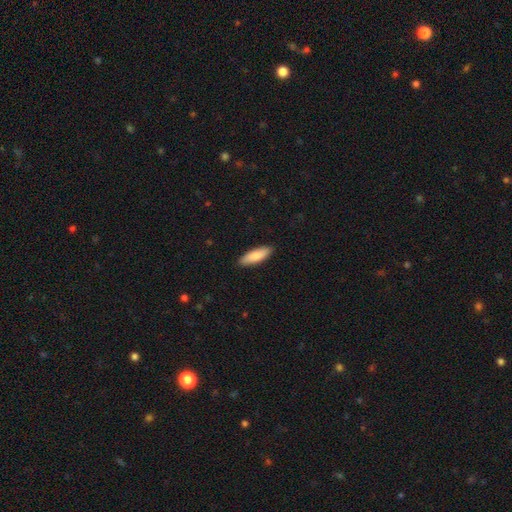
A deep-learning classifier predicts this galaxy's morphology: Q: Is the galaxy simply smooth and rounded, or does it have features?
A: smooth — 85%.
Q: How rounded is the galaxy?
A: in between — 56%.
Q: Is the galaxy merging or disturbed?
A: none — 89%.